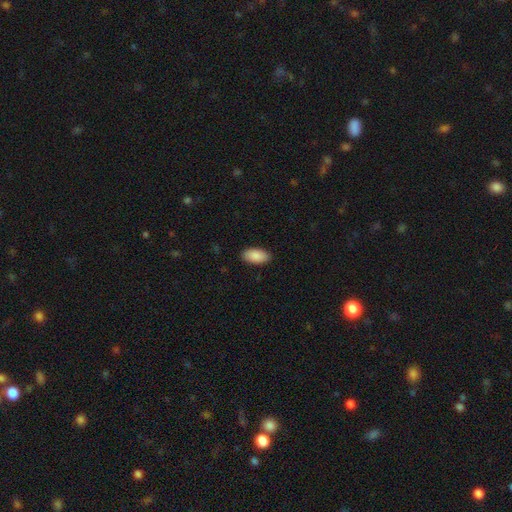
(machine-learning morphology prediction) Q: Smooth or featured?
A: smooth (90%); runner-up: star or artifact (6%)
Q: How rounded?
A: in between (95%); runner-up: cigar-shaped (3%)
Q: Merging?
A: none (89%); runner-up: minor disturbance (8%)